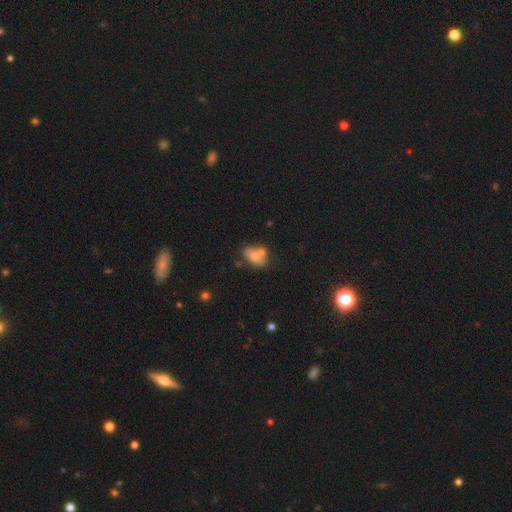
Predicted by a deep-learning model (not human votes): Smooth or featured?
  - smooth: 61% *
  - featured or disk: 28%
  - star or artifact: 10%
How rounded?
  - in between: 75% *
  - round: 23%
  - cigar-shaped: 2%
Merging?
  - none: 42% *
  - merger: 38%
  - minor disturbance: 15%
  - major disturbance: 5%